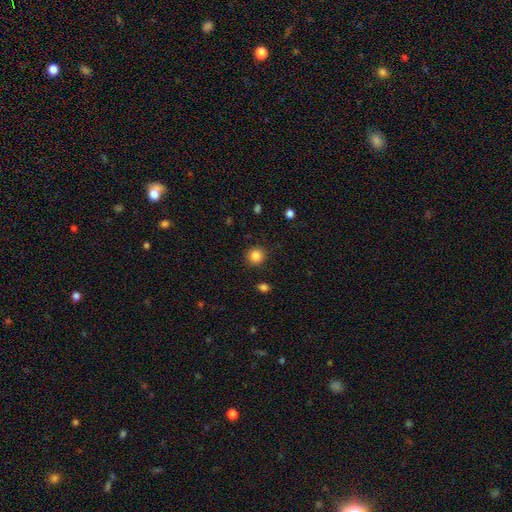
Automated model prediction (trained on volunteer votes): Smooth or featured? smooth (86%)
How rounded? round (92%)
Merging? none (89%)